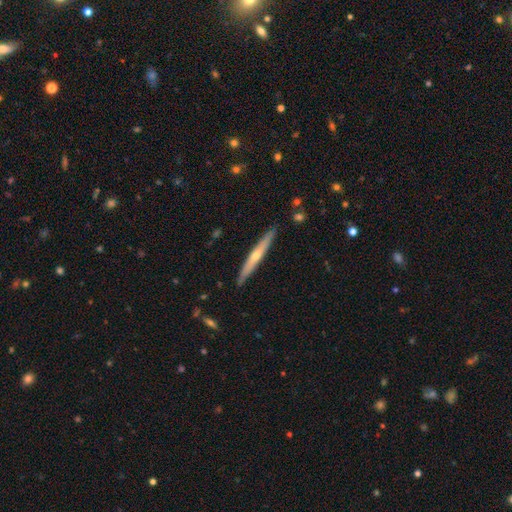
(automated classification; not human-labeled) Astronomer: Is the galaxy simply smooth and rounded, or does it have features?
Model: featured or disk — 60%.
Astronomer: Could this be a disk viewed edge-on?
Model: yes — 96%.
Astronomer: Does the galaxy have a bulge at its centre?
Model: rounded — 71%.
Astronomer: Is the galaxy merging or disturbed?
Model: none — 90%.